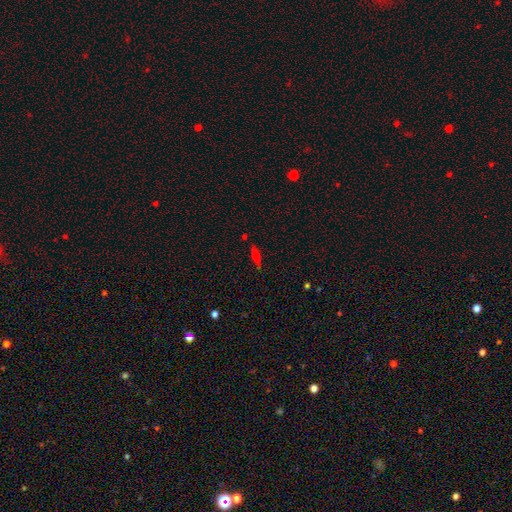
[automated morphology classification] smooth-or-featured: smooth: 53% | featured or disk: 33% | star or artifact: 15%
  how-rounded: cigar-shaped: 68% | in between: 28% | round: 4%
  merging: none: 80% | minor disturbance: 13% | major disturbance: 3% | merger: 3%